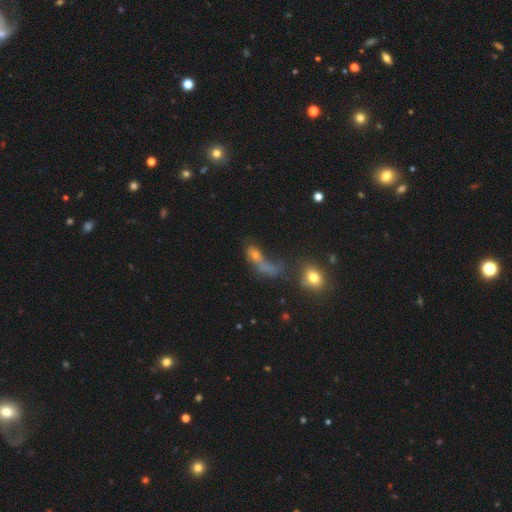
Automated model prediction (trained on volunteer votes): smooth-or-featured: smooth: 51% | featured or disk: 27% | star or artifact: 22%
  how-rounded: in between: 56% | cigar-shaped: 23% | round: 21%
  merging: merger: 36% | none: 28% | major disturbance: 24% | minor disturbance: 12%